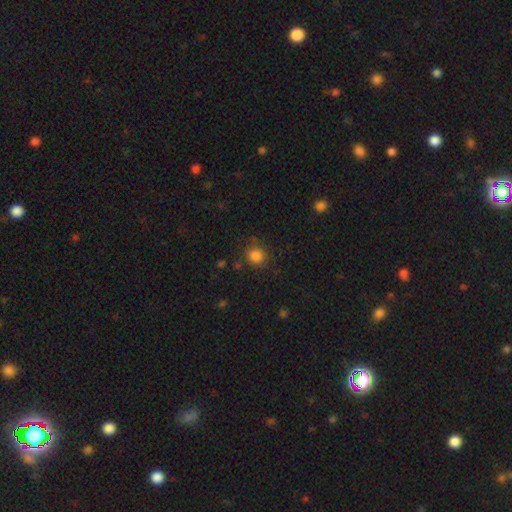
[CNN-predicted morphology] Smooth or featured: smooth — 84% (star or artifact — 12%)
How rounded: round — 88% (in between — 11%)
Merging: none — 80% (minor disturbance — 13%)